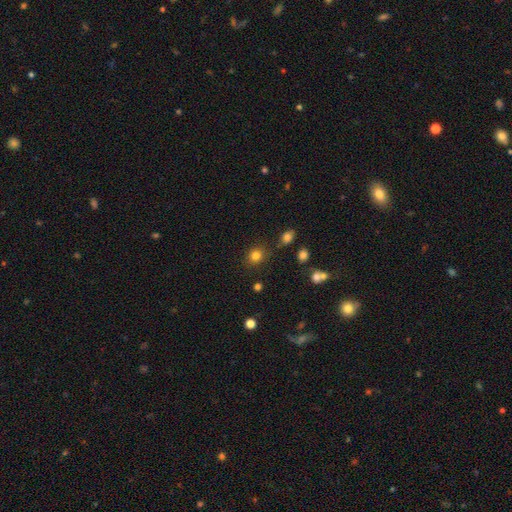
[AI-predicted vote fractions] Smooth or featured? smooth (81%)
How rounded? round (81%)
Merging? none (84%)